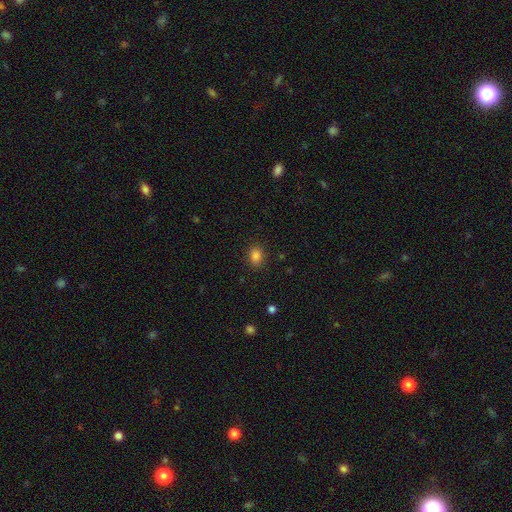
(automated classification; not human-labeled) Smooth or featured: smooth — 84% (star or artifact — 12%)
How rounded: in between — 51% (round — 48%)
Merging: none — 88% (minor disturbance — 8%)